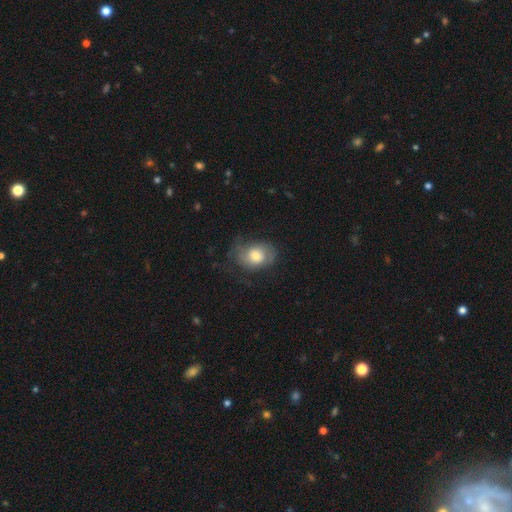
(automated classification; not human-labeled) smooth_or_featured: smooth (p=0.60) [alt: featured or disk p=0.32]
how_rounded: in between (p=0.52) [alt: round p=0.47]
merging: none (p=0.51) [alt: minor disturbance p=0.27]